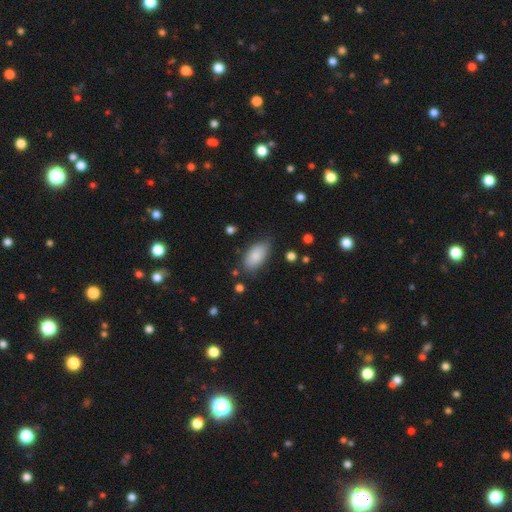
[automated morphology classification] A smooth galaxy with no disk features (84%) that is in between round and cigar-shaped (92%). Merging: none (75%).